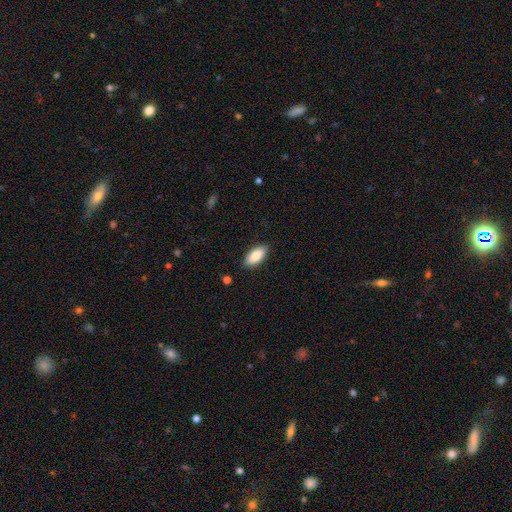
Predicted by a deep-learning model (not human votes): Smooth or featured? Predicted: smooth (p=0.84). How rounded? Predicted: in between (p=0.91). Merging? Predicted: none (p=0.86).